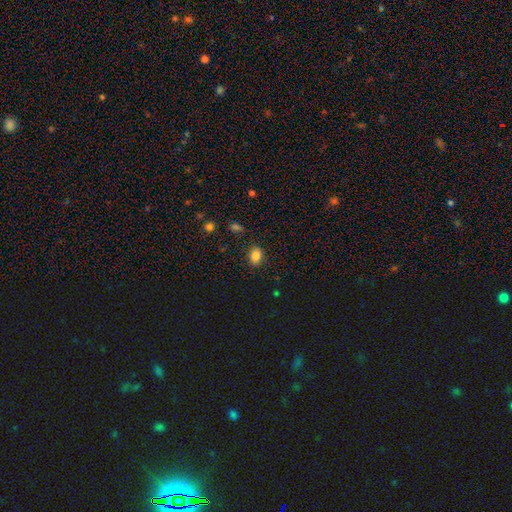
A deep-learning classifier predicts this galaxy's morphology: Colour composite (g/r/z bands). It shows a smooth galaxy with no disk features (84%) that is in between round and cigar-shaped (66%). Merging: none (85%).